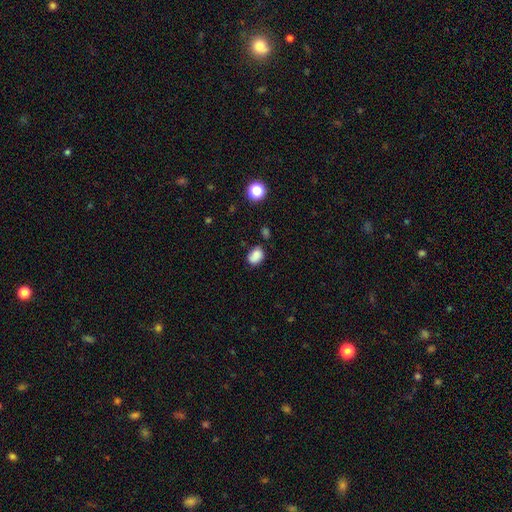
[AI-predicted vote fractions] Overall: smooth (82%). How rounded: in between (70%). Merging: none (64%; minor disturbance 25%).